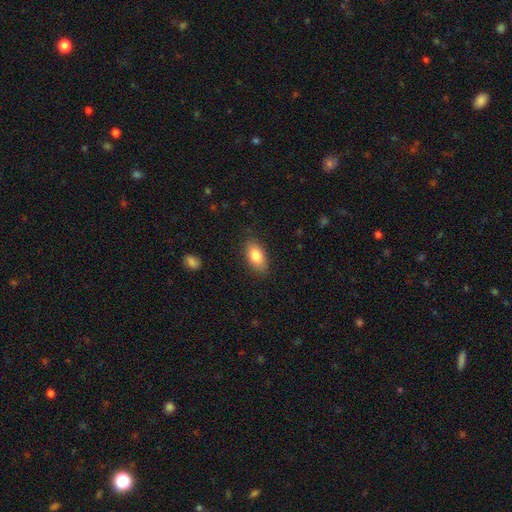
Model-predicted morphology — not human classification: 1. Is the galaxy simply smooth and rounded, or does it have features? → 82% smooth, 11% featured or disk, 7% star or artifact.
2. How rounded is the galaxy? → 90% in between, 6% cigar-shaped, 4% round.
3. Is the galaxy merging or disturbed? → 86% none, 11% minor disturbance, 3% major disturbance, 1% merger.